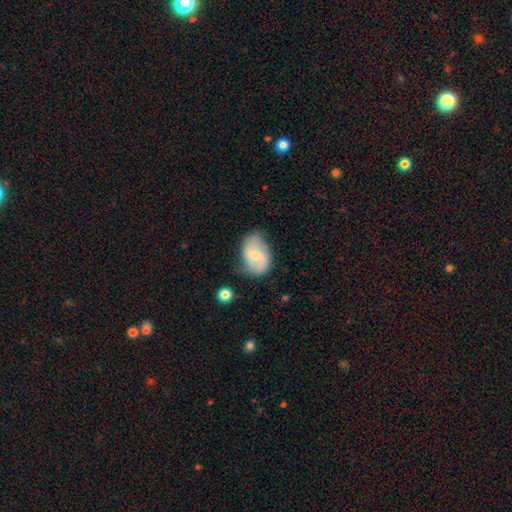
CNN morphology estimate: A featured or disk galaxy (49%). Merging: none (56%).